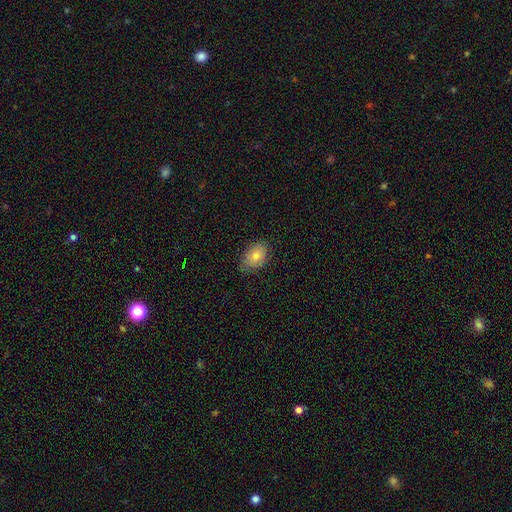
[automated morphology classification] smooth-or-featured: smooth: 73% | featured or disk: 17% | star or artifact: 10%
  how-rounded: in between: 85% | round: 13% | cigar-shaped: 1%
  merging: none: 76% | minor disturbance: 19% | major disturbance: 4% | merger: 1%